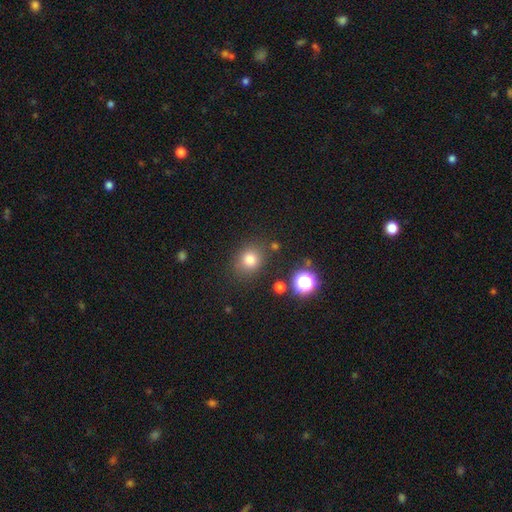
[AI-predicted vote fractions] Smooth or featured?
  - smooth: 72% *
  - star or artifact: 21%
  - featured or disk: 7%
How rounded?
  - round: 75% *
  - in between: 24%
  - cigar-shaped: 1%
Merging?
  - none: 84% *
  - minor disturbance: 9%
  - merger: 4%
  - major disturbance: 3%